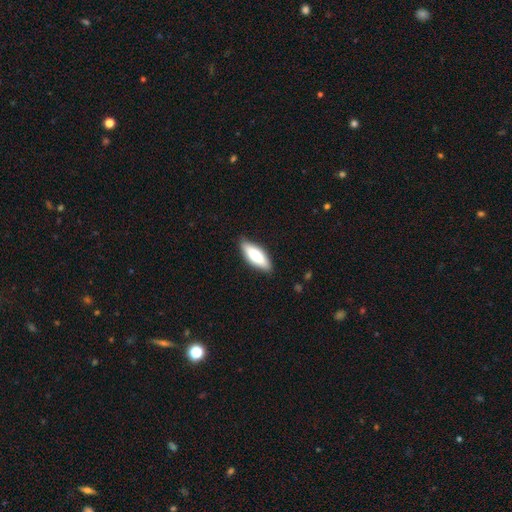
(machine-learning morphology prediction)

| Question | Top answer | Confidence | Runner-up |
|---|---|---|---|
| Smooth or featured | smooth | 74% | featured or disk (21%) |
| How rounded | in between | 66% | cigar-shaped (33%) |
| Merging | none | 86% | minor disturbance (11%) |